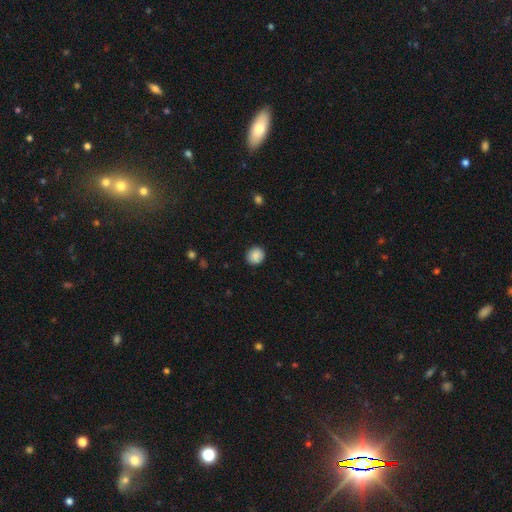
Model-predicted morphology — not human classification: A smooth galaxy with no disk features (88%) that is round (87%). Merging: none (91%).